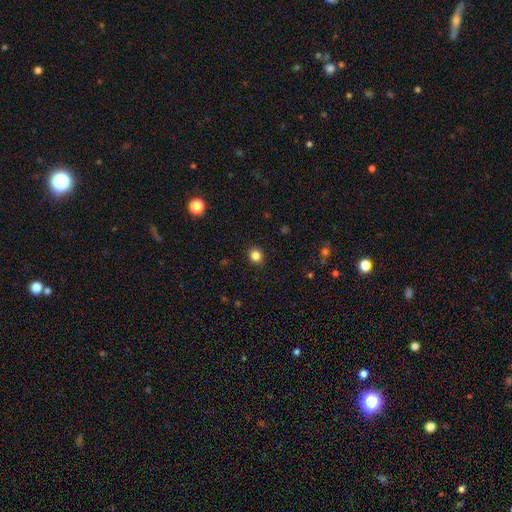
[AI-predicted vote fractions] The model was most divided on "smooth or featured": smooth: 84%, star or artifact: 12%, featured or disk: 4%. More confident: merging — none (91%); how rounded — round (87%).